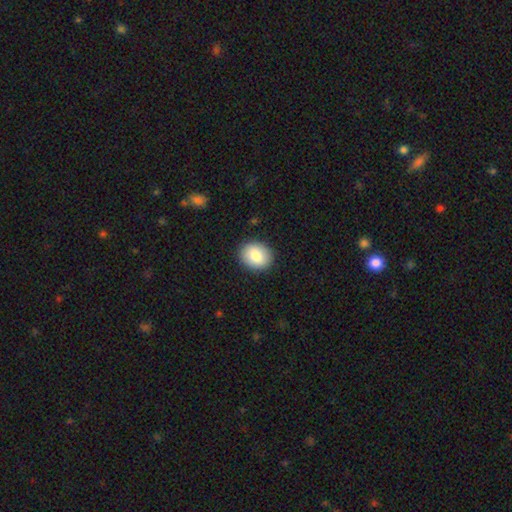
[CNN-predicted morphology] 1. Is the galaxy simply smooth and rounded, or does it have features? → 84% smooth, 9% featured or disk, 7% star or artifact.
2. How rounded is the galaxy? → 58% round, 41% in between, 1% cigar-shaped.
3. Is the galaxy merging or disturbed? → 90% none, 7% minor disturbance, 2% major disturbance, 1% merger.